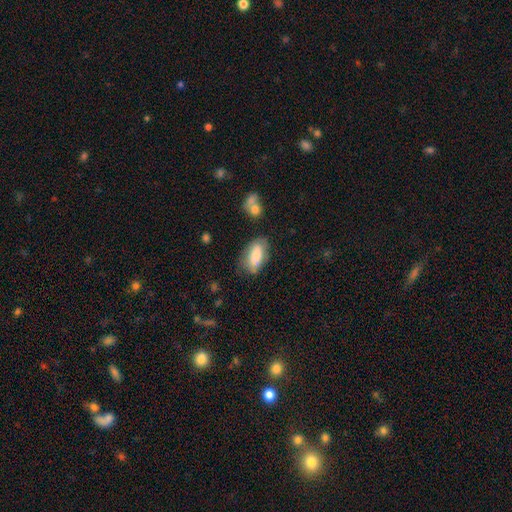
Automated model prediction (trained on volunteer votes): This appears to be a smooth galaxy with no disk features (79%) that is in between round and cigar-shaped (87%). Merging: none (67%).